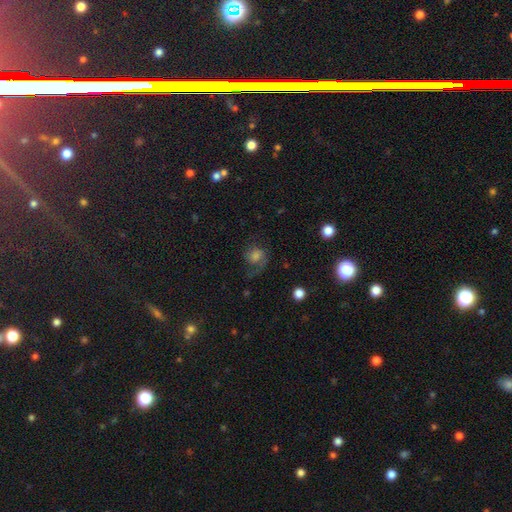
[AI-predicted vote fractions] A featured or disk galaxy (51%). Merging: none (54%).